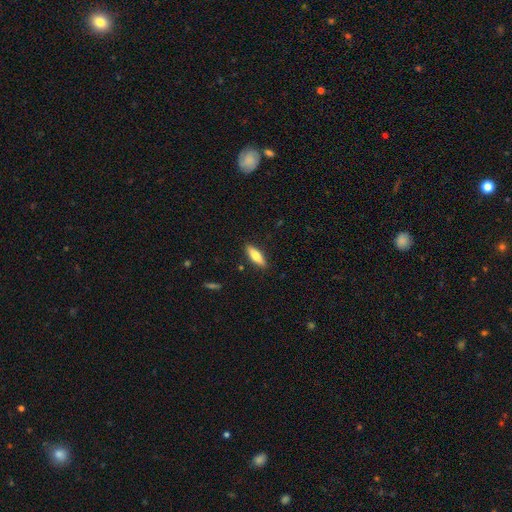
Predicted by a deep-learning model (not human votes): Smooth or featured: smooth — 69% (featured or disk — 25%)
How rounded: in between — 49% (tied with cigar-shaped — 49%)
Merging: none — 88% (minor disturbance — 9%)